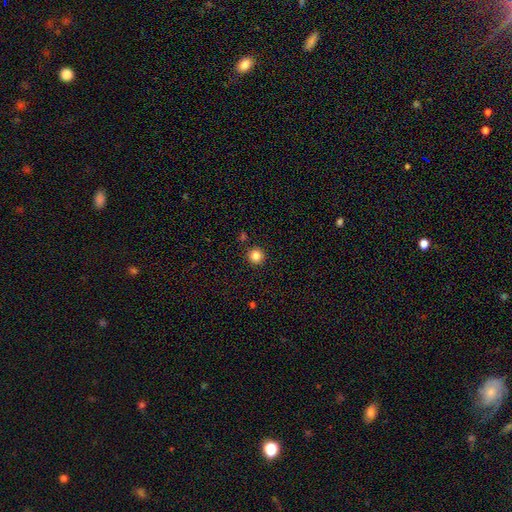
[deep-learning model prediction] Smooth or featured? smooth (84%)
How rounded? round (95%)
Merging? none (91%)